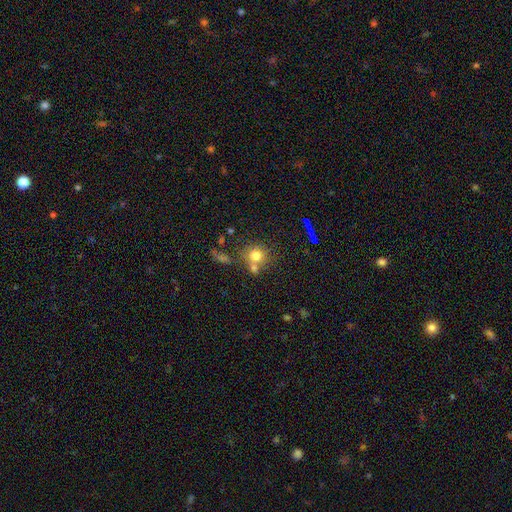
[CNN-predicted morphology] Smooth or featured?
  - smooth: 75% *
  - featured or disk: 13%
  - star or artifact: 12%
How rounded?
  - round: 82% *
  - in between: 16%
  - cigar-shaped: 1%
Merging?
  - none: 53% *
  - merger: 30%
  - minor disturbance: 12%
  - major disturbance: 6%